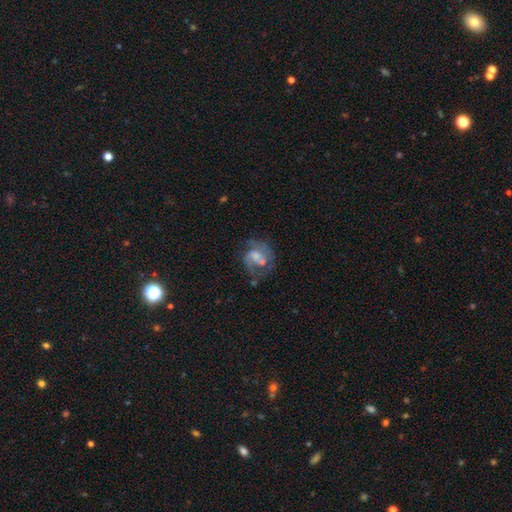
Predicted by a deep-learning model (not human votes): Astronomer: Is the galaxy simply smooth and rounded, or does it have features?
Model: featured or disk — 71%.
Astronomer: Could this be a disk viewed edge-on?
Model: no — 98%.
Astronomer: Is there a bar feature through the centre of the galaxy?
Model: no — 47% (runner-up: weak, 43%).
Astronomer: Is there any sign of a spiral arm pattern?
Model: yes — 85%.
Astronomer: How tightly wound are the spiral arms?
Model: medium — 48% (runner-up: tight, 30%).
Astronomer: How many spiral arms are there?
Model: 2 — 66%.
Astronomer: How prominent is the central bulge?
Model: moderate — 43% (runner-up: small, 33%).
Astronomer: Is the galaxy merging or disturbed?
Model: none — 56%.